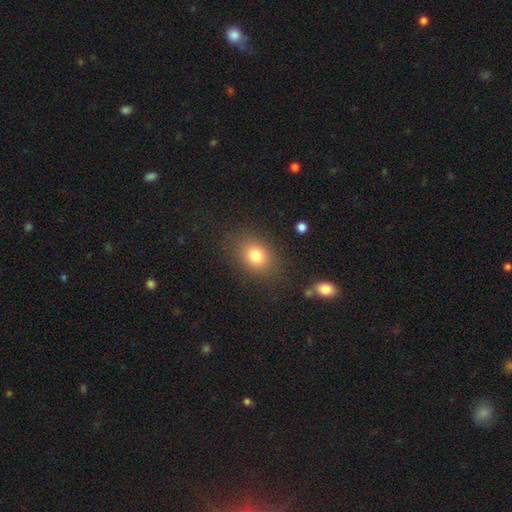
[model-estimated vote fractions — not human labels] A smooth galaxy with no disk features (79%) that is in between round and cigar-shaped (58%).

Vote fractions:
- Smooth or featured? smooth: 79% / star or artifact: 11% / featured or disk: 9%
- How rounded? in between: 58% / round: 41% / cigar-shaped: 1%
- Merging? none: 81% / minor disturbance: 12% / major disturbance: 5% / merger: 2%